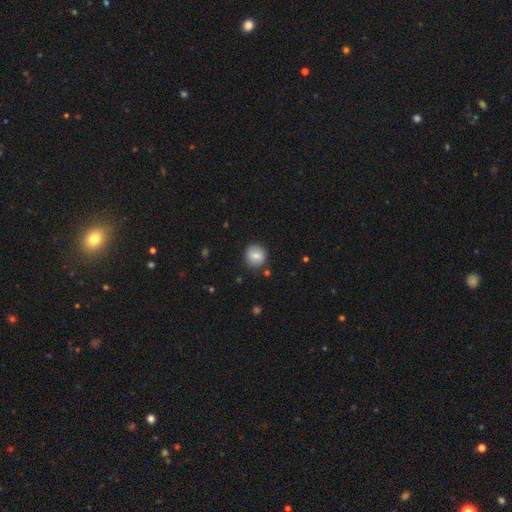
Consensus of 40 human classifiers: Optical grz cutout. It shows a smooth galaxy with no disk features (80%) that is round (88%). Merging: none (83%).